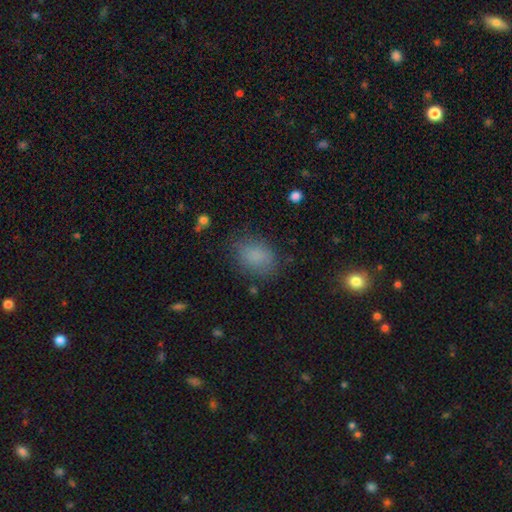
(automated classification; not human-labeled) smooth-or-featured: smooth: 83% | star or artifact: 11% | featured or disk: 7%
  how-rounded: in between: 74% | round: 24% | cigar-shaped: 1%
  merging: none: 76% | minor disturbance: 17% | major disturbance: 6% | merger: 1%